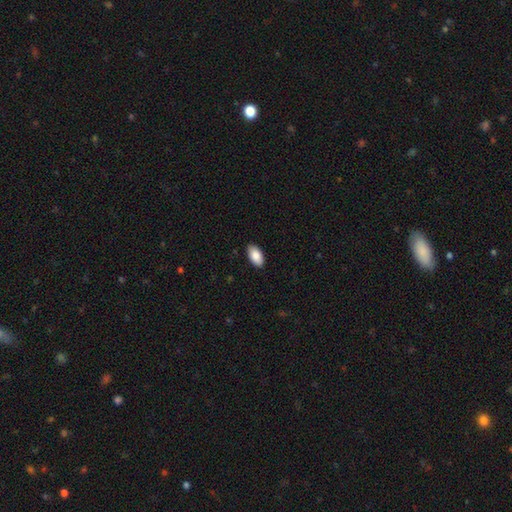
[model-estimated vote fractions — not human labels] Morphology: type=smooth (87%); roundness=in between (95%); merging=none (89%).